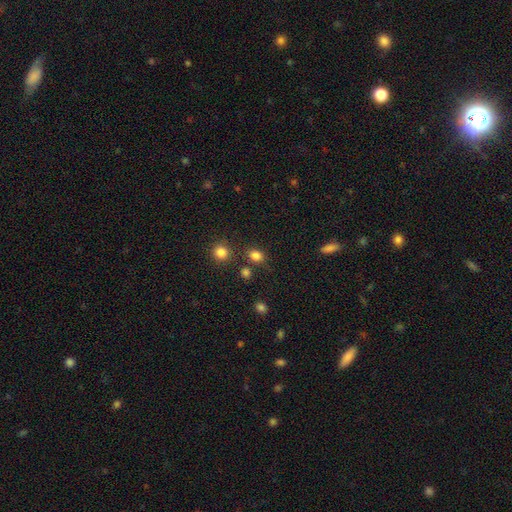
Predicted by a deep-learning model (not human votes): Morphology: type=smooth (82%); roundness=round (49%, tied with in between); merging=none (75%).